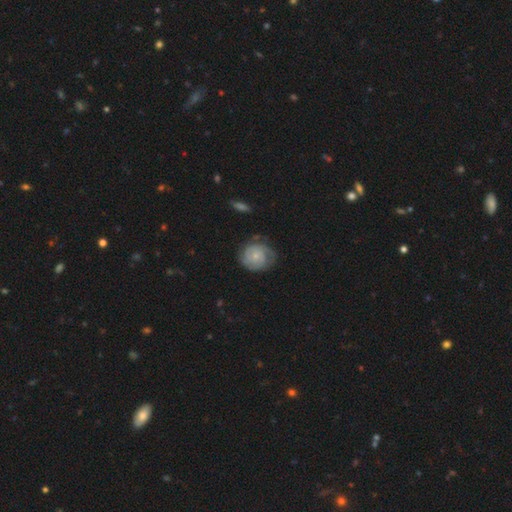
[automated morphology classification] The model was most divided on "spiral arm count": 2: 34%, can't tell: 33%, 3: 18%, 1: 6%, 4: 5%, more than 4: 4%. More confident: edge-on disk — no (98%); spiral arms — yes (90%); bar — no (78%); bulge size — small (73%); smooth or featured — featured or disk (68%); spiral winding — tight (67%); merging — none (62%).